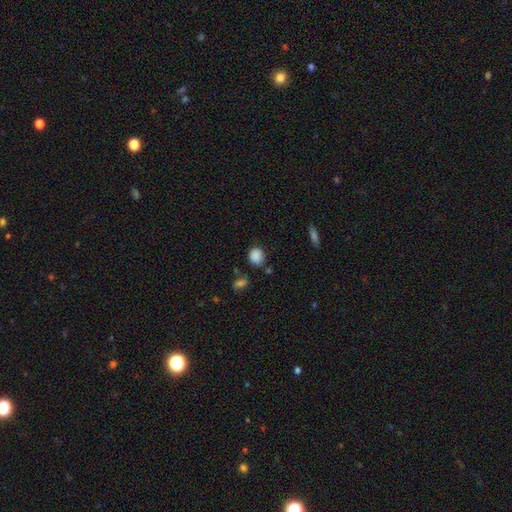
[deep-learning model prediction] The model was most divided on "how rounded": round: 77%, in between: 22%, cigar-shaped: 1%. More confident: smooth or featured — smooth (86%); merging — none (75%).